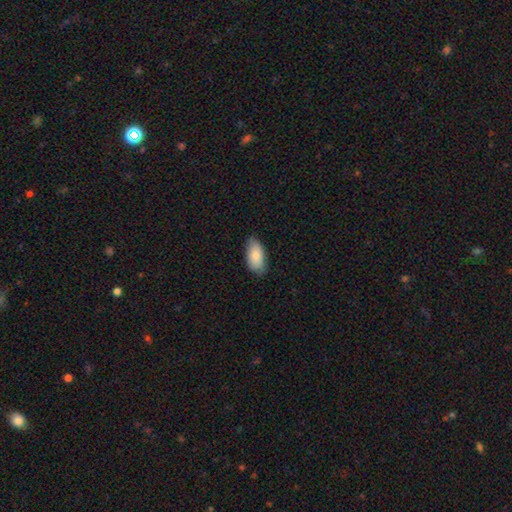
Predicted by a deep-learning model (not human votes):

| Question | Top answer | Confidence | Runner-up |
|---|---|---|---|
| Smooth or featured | smooth | 85% | featured or disk (9%) |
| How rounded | in between | 94% | cigar-shaped (4%) |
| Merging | none | 79% | minor disturbance (17%) |